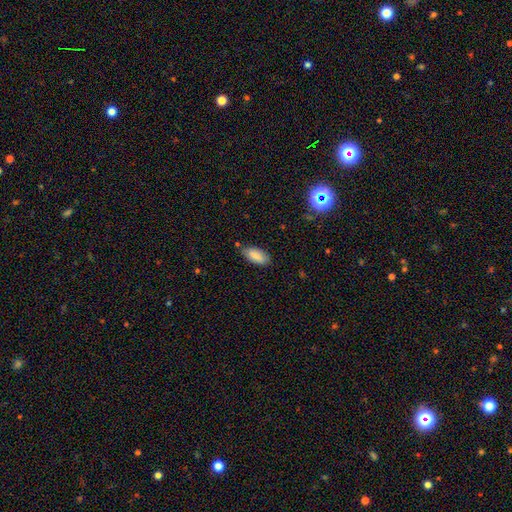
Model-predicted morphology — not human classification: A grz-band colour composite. It shows a smooth galaxy with no disk features (85%) that is in between round and cigar-shaped (89%). Merging: none (79%).